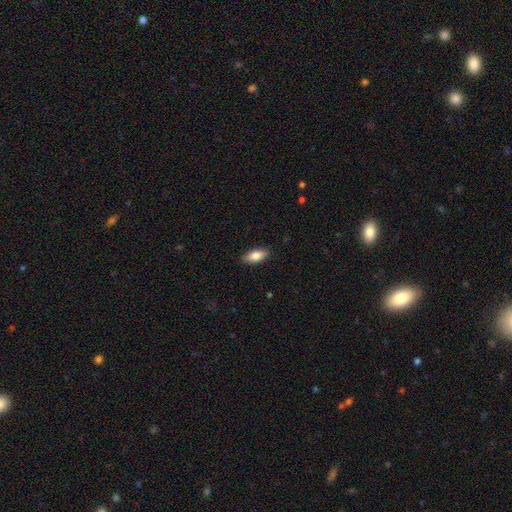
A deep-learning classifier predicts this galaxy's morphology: smooth_or_featured: smooth (p=0.82) [alt: featured or disk p=0.12]
how_rounded: in between (p=0.85) [alt: cigar-shaped p=0.12]
merging: none (p=0.88) [alt: minor disturbance p=0.09]